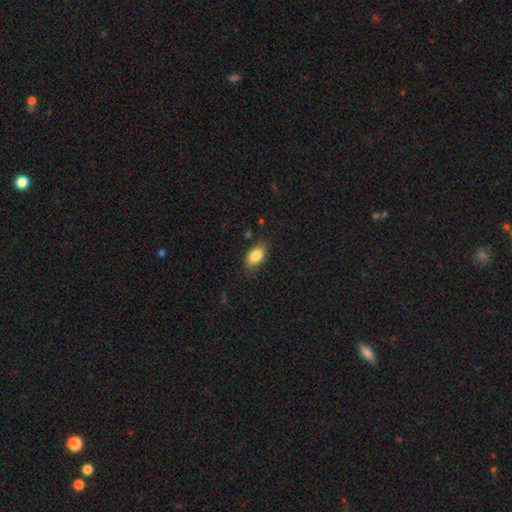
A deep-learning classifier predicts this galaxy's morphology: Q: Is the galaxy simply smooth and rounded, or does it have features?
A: smooth — 84%.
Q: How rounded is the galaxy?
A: in between — 89%.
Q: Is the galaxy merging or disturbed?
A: none — 80%.